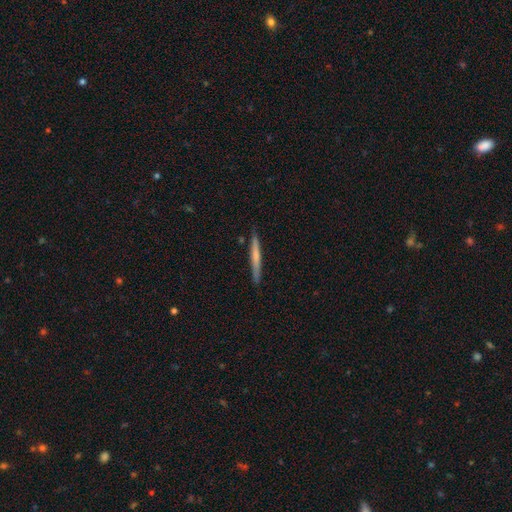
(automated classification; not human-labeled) Smooth or featured: smooth — 57% (featured or disk — 38%)
How rounded: cigar-shaped — 96% (in between — 2%)
Merging: none — 89% (minor disturbance — 8%)